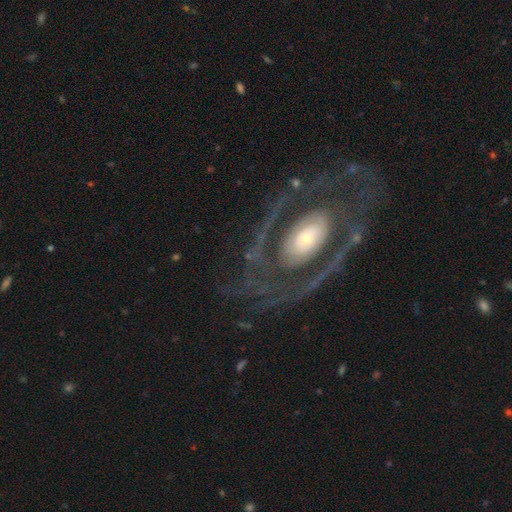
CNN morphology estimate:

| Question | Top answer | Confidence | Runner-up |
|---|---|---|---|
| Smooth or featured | featured or disk | 81% | smooth (13%) |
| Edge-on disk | no | 93% | yes (7%) |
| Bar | no | 62% | weak (22%) |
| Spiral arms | yes | 65% | no (35%) |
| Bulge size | moderate | 41% | small (32%) |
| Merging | none | 74% | minor disturbance (13%) |